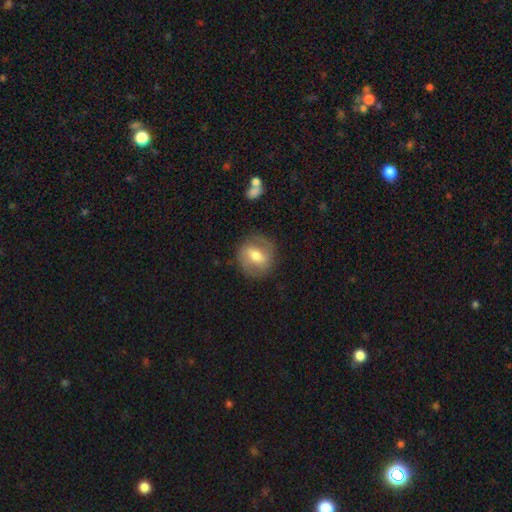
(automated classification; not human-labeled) smooth_or_featured: featured or disk (p=0.61) [alt: smooth p=0.33]
disk_edge_on: no (p=0.96) [alt: yes p=0.04]
bar: weak (p=0.46) [alt: strong p=0.33]
has_spiral_arms: yes (p=0.80) [alt: no p=0.20]
bulge_size: moderate (p=0.67) [alt: small p=0.18]
merging: none (p=0.80) [alt: minor disturbance p=0.13]